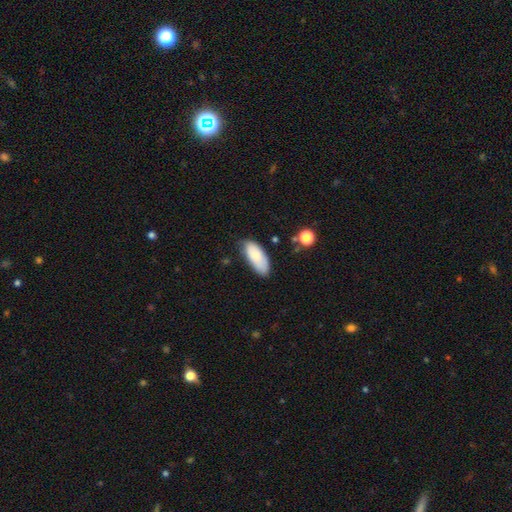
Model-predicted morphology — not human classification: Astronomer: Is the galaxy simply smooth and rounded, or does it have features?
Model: smooth — 82%.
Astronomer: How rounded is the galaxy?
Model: in between — 87%.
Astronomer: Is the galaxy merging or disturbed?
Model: none — 69%.